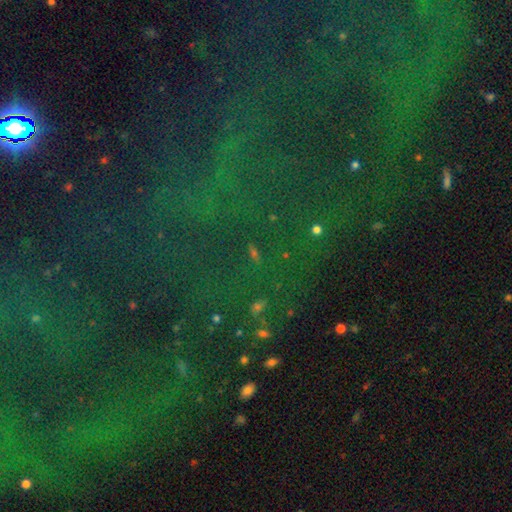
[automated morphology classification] Smooth or featured? Predicted: star or artifact (p=0.80).